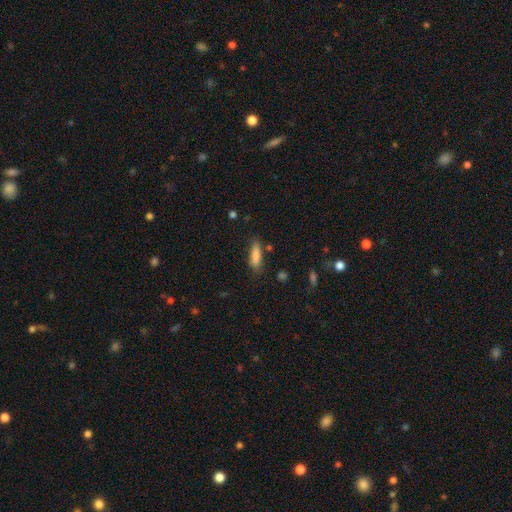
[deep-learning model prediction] Smooth or featured? smooth (84%)
How rounded? cigar-shaped (56%)
Merging? none (73%)